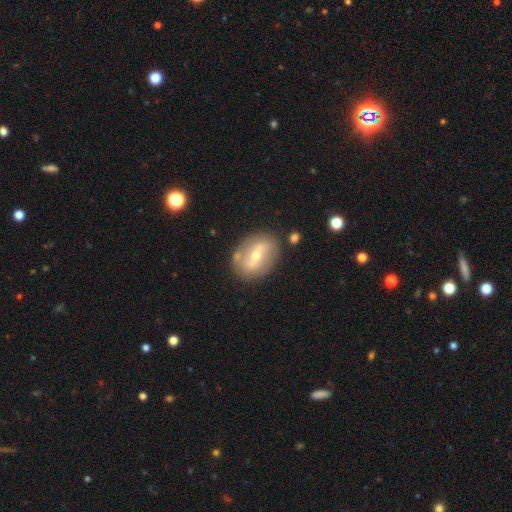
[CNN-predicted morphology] This is likely a featured or disk galaxy (65%). It is clearly not viewed edge-on (89%). Bar: possibly strong (50%). Spiral arm pattern: possibly no (53%). Central bulge: possibly moderate (48%, tied with small). Merging: likely none (79%).